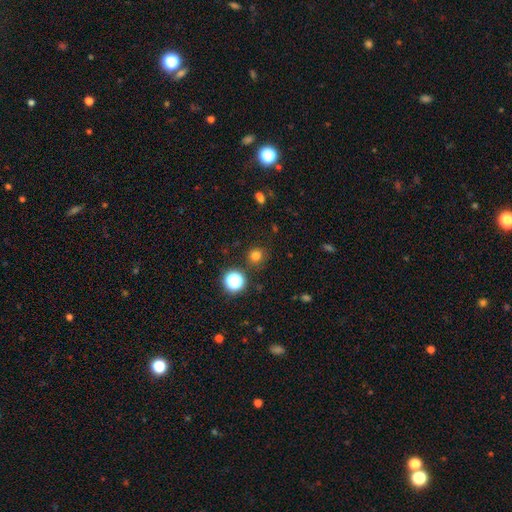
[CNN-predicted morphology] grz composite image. It shows a smooth galaxy with no disk features (77%) that is round (92%). Merging: none (87%).